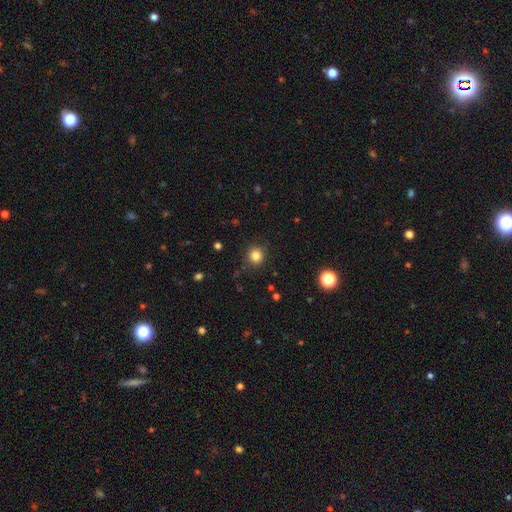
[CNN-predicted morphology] Smooth or featured: smooth — 83% (star or artifact — 12%)
How rounded: round — 91% (in between — 8%)
Merging: none — 87% (minor disturbance — 9%)